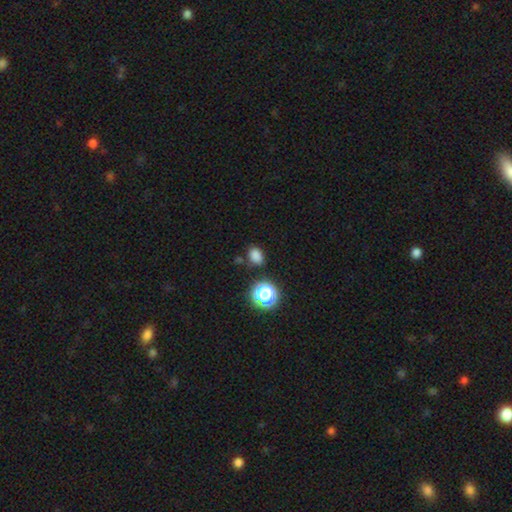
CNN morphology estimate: Smooth or featured: smooth — 77% (star or artifact — 18%)
How rounded: in between — 65% (round — 33%)
Merging: none — 78% (minor disturbance — 13%)